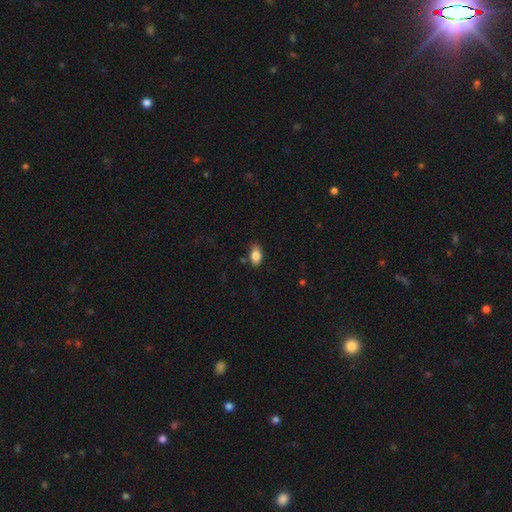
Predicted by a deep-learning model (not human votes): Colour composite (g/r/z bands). It shows a smooth galaxy with no disk features (83%) that is in between round and cigar-shaped (90%). Merging: none (78%).